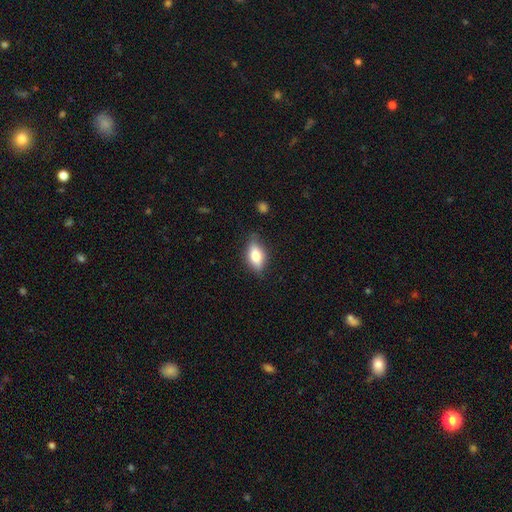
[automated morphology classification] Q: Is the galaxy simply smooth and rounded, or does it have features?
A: smooth — 67%.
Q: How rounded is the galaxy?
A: in between — 83%.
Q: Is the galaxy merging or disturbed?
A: none — 78%.